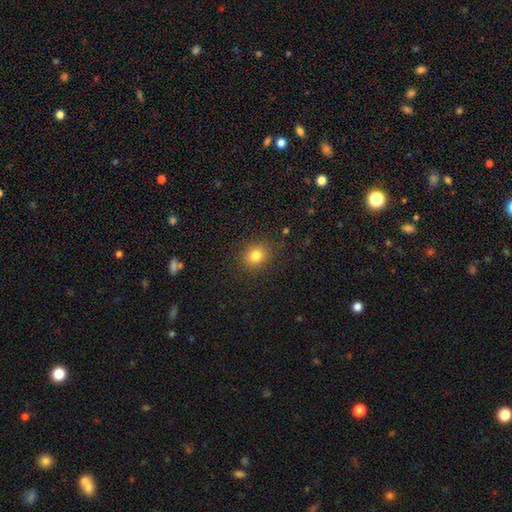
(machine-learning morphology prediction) smooth 82%, star or artifact 12%, featured or disk 6%. Down the decision tree: how rounded — round (71%); merging — none (87%).